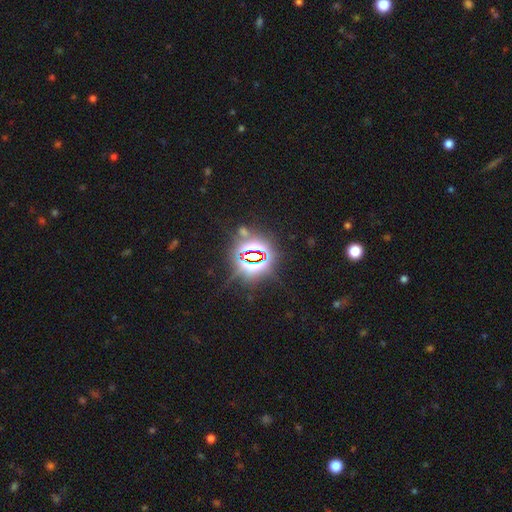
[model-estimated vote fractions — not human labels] Smooth or featured?
  - star or artifact: 83% *
  - smooth: 10%
  - featured or disk: 7%